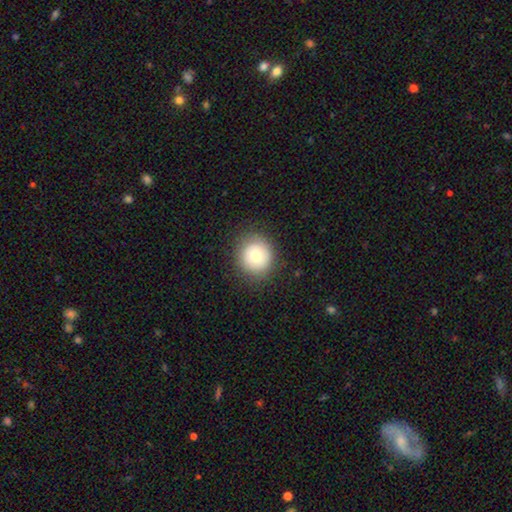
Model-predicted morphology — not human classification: Smooth or featured?
  - smooth: 68% *
  - featured or disk: 23%
  - star or artifact: 10%
How rounded?
  - round: 92% *
  - in between: 7%
  - cigar-shaped: 1%
Merging?
  - none: 85% *
  - minor disturbance: 10%
  - major disturbance: 4%
  - merger: 1%